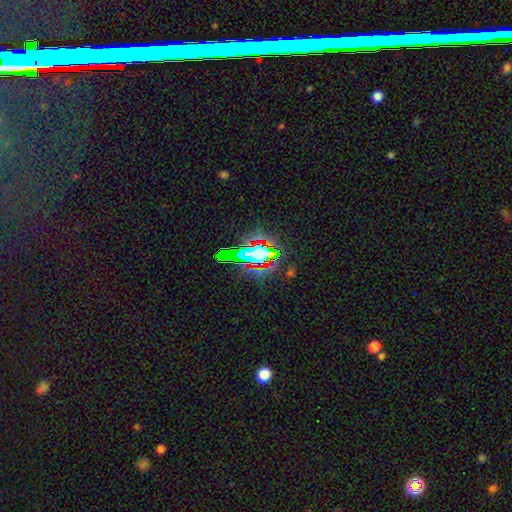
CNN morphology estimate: type=star or artifact (60%).